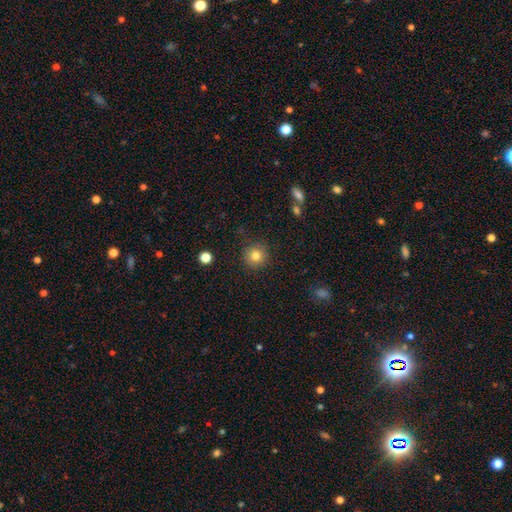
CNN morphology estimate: Smooth or featured?
  - smooth: 81% *
  - star or artifact: 11%
  - featured or disk: 8%
How rounded?
  - round: 94% *
  - in between: 5%
  - cigar-shaped: 1%
Merging?
  - none: 88% *
  - minor disturbance: 8%
  - major disturbance: 3%
  - merger: 2%